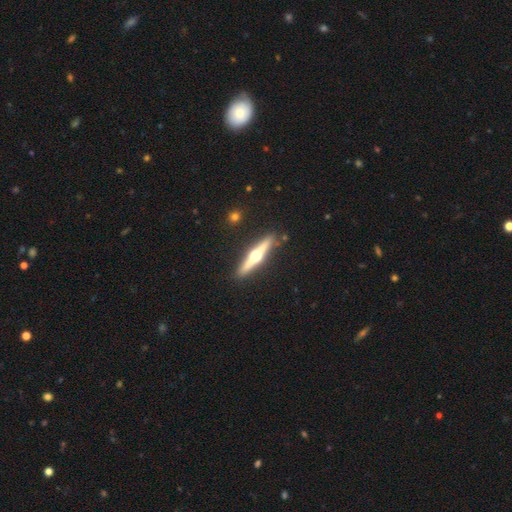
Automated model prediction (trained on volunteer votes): Smooth or featured: featured or disk — 76% (smooth — 19%)
Edge-on disk: yes — 98% (no — 2%)
Edge-on bulge: rounded — 96% (boxy — 2%)
Merging: none — 89% (minor disturbance — 7%)